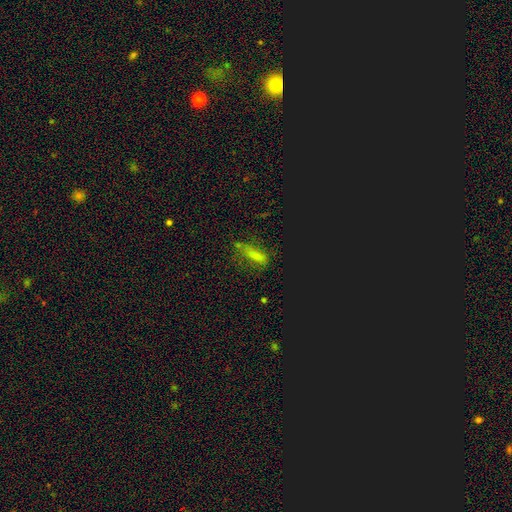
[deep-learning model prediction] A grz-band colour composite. It shows a smooth galaxy with no disk features (45%). Merging: none (57%).